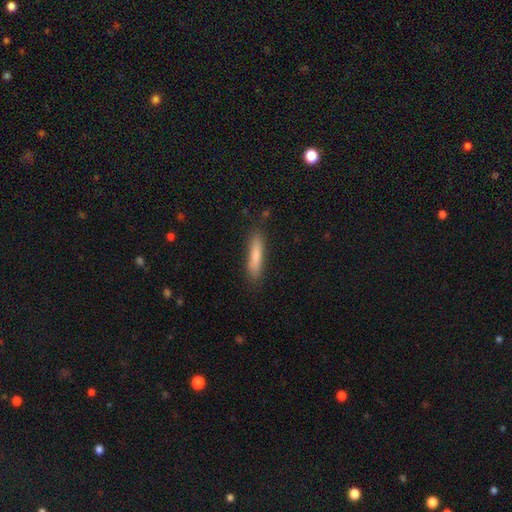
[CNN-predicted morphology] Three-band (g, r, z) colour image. It shows a smooth galaxy with no disk features (79%) that is cigar-shaped (86%). Merging: none (84%).